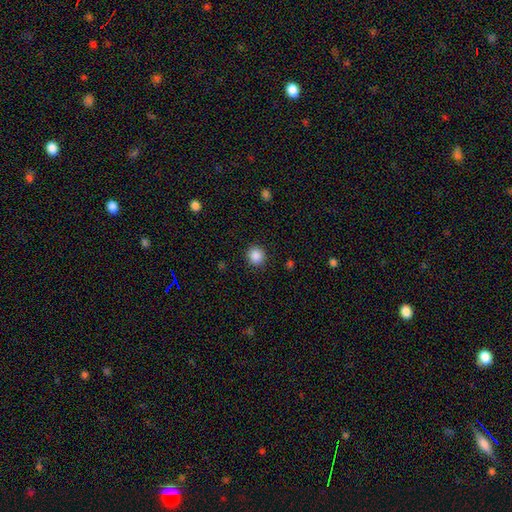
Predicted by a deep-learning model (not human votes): A smooth galaxy with no disk features (87%) that is round (91%).

Vote fractions:
- Smooth or featured? smooth: 87% / star or artifact: 10% / featured or disk: 3%
- How rounded? round: 91% / in between: 8% / cigar-shaped: 1%
- Merging? none: 91% / minor disturbance: 6% / major disturbance: 2% / merger: 1%